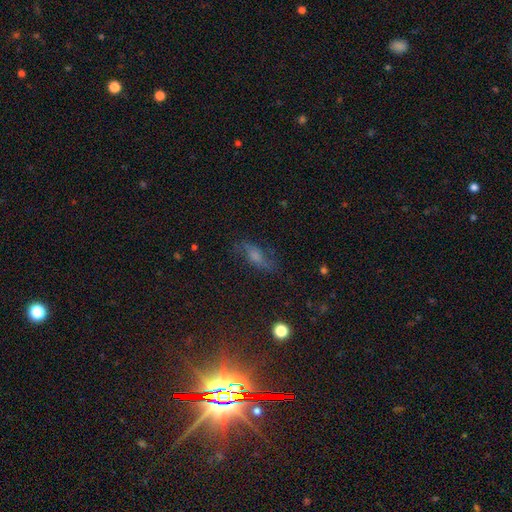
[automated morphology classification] Smooth or featured? Predicted: smooth (p=0.42). Merging? Predicted: none (p=0.66).